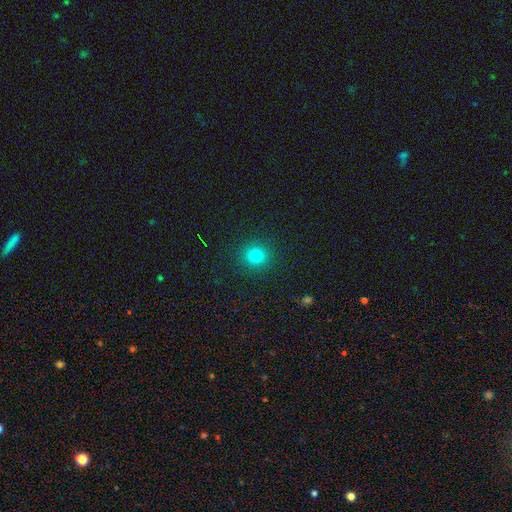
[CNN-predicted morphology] smooth_or_featured: smooth (p=0.80) [alt: star or artifact p=0.14]
how_rounded: round (p=0.88) [alt: in between p=0.11]
merging: none (p=0.90) [alt: minor disturbance p=0.06]